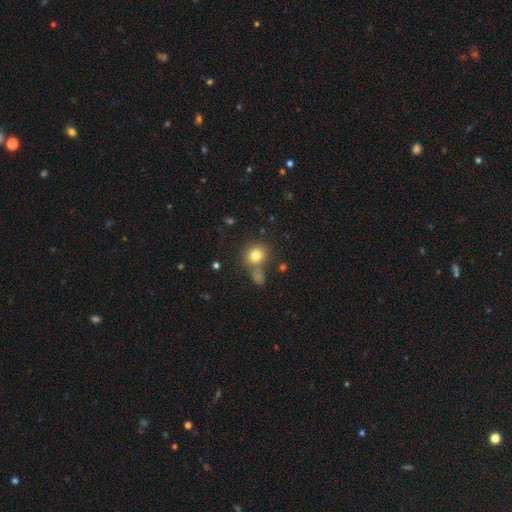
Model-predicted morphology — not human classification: This is likely a smooth galaxy (79%). How rounded: clearly round (83%). Merging: likely none (66%).